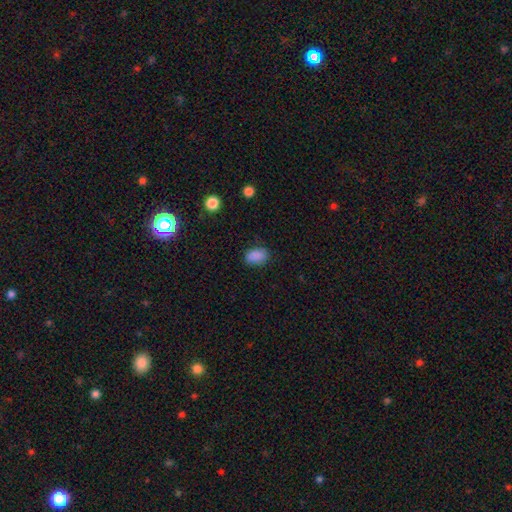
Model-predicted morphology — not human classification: This is clearly a smooth galaxy (87%). How rounded: clearly in between (84%). Merging: likely none (78%).